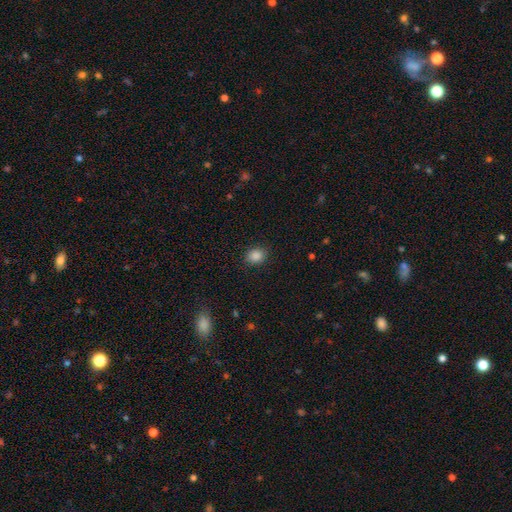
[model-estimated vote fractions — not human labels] This is clearly a smooth galaxy (86%). How rounded: possibly round (60%). Merging: clearly none (87%).